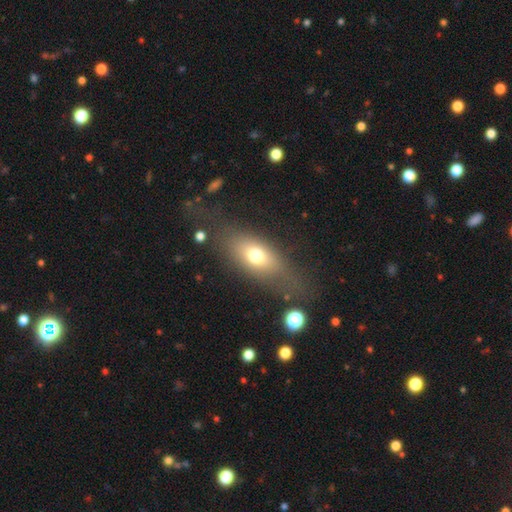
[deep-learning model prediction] Morphology: type=smooth (69%); roundness=in between (73%); merging=none (63%).